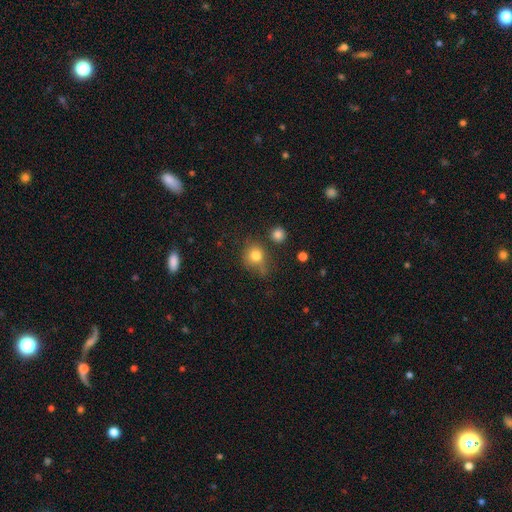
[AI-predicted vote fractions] Q: Smooth or featured?
A: smooth (78%); runner-up: star or artifact (12%)
Q: How rounded?
A: round (76%); runner-up: in between (23%)
Q: Merging?
A: none (58%); runner-up: minor disturbance (25%)